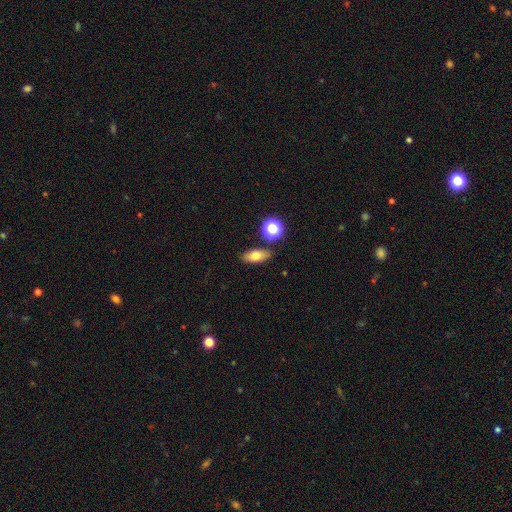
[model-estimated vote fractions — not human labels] Q: Smooth or featured?
A: smooth (72%); runner-up: featured or disk (17%)
Q: How rounded?
A: in between (76%); runner-up: cigar-shaped (15%)
Q: Merging?
A: none (83%); runner-up: minor disturbance (10%)